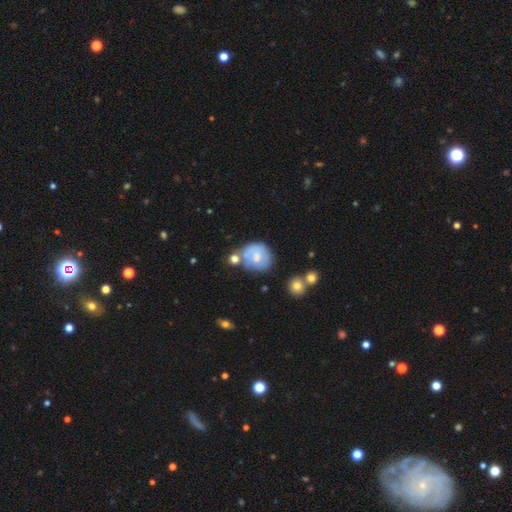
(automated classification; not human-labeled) Smooth or featured?
  - smooth: 58% *
  - featured or disk: 33%
  - star or artifact: 8%
How rounded?
  - round: 78% *
  - in between: 21%
  - cigar-shaped: 1%
Merging?
  - none: 53% *
  - minor disturbance: 22%
  - merger: 17%
  - major disturbance: 8%